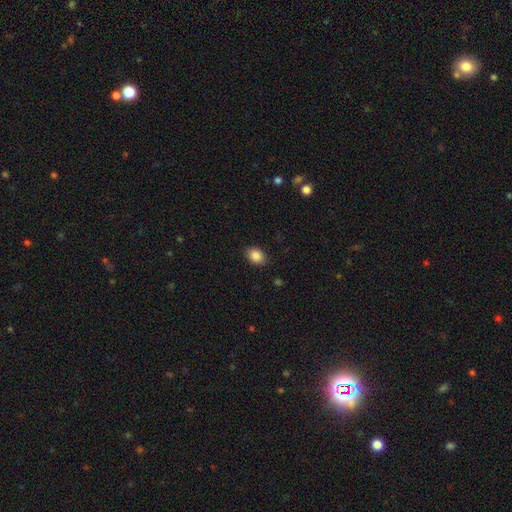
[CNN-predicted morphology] Smooth or featured? Predicted: smooth (p=0.87). How rounded? Predicted: in between (p=0.74). Merging? Predicted: none (p=0.88).